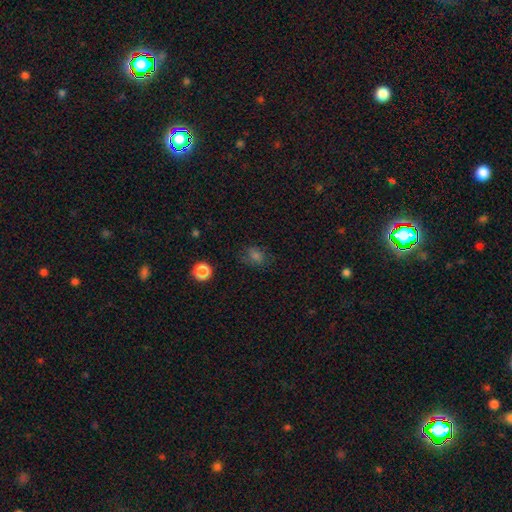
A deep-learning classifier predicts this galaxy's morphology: smooth 60%, star or artifact 27%, featured or disk 13%. Down the decision tree: how rounded — in between (53%); merging — none (73%).